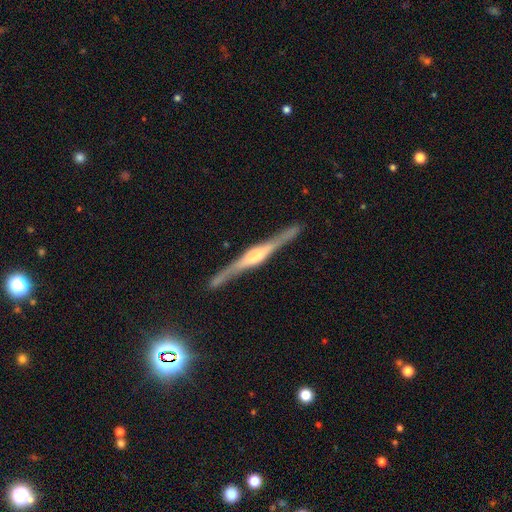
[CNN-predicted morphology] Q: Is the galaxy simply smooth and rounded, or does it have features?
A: featured or disk — 83%.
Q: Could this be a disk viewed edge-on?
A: yes — 98%.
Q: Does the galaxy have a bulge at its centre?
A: rounded — 59%.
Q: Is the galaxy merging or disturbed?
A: none — 87%.